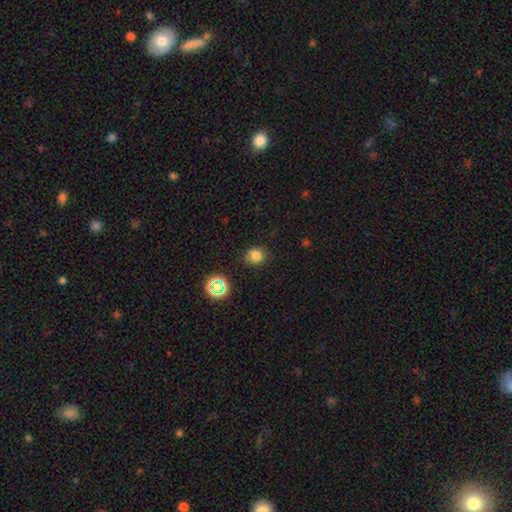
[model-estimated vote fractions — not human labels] Overall: smooth (77%). How rounded: round (78%). Merging: none (80%).